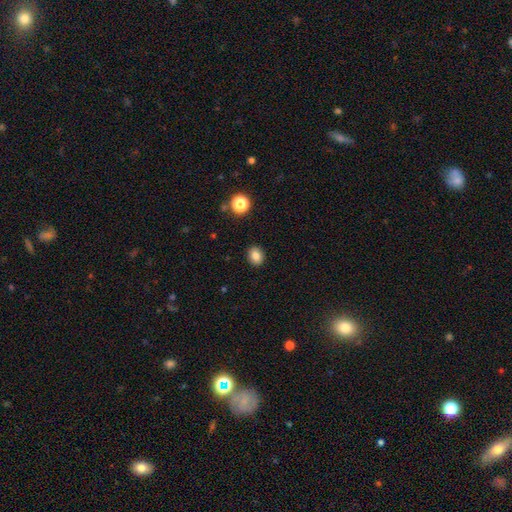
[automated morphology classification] This is clearly a smooth galaxy (83%). How rounded: possibly round (54%). Merging: clearly none (90%).